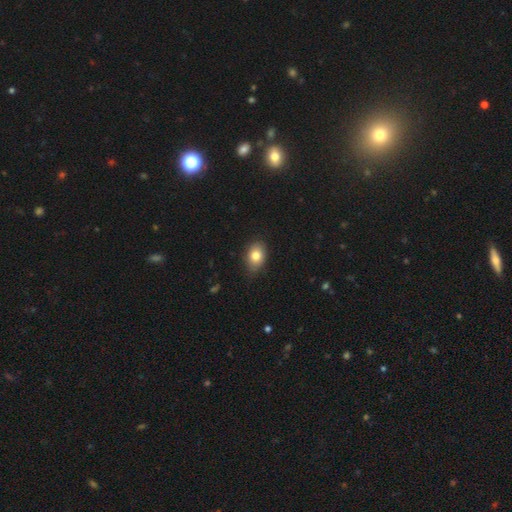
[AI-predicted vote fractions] smooth 81%, featured or disk 10%, star or artifact 9%. Down the decision tree: how rounded — in between (75%); merging — none (79%).